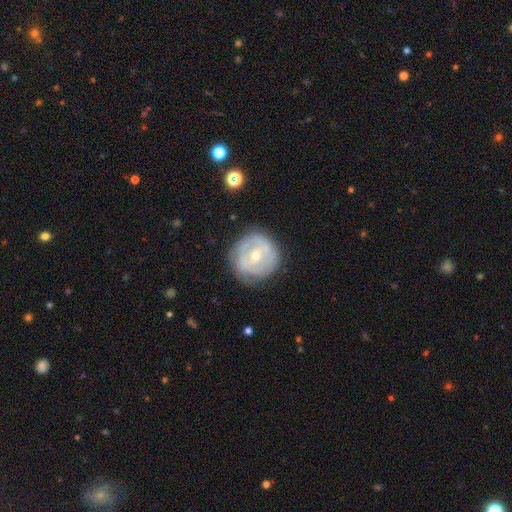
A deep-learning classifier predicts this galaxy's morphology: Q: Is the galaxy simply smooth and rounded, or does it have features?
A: featured or disk — 66%.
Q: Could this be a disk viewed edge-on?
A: no — 96%.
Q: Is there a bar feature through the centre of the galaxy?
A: no — 43%.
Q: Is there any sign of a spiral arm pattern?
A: yes — 63%.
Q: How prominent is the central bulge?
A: small — 51%.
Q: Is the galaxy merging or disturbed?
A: none — 73%.